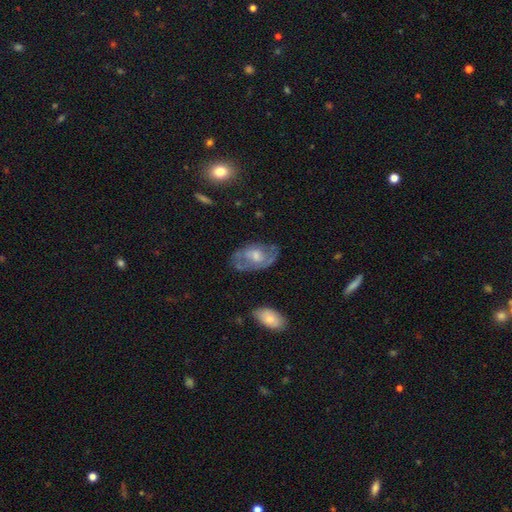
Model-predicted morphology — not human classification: smooth-or-featured: featured or disk: 66% | smooth: 27% | star or artifact: 7%
  disk-edge-on: no: 95% | yes: 5%
    bar: no: 63% | weak: 32% | strong: 5%
    has-spiral-arms: yes: 65% | no: 35%
    bulge-size: moderate: 47% | small: 37% | none: 8% | large: 7% | dominant: 1%
  merging: none: 58% | minor disturbance: 24% | major disturbance: 15% | merger: 3%